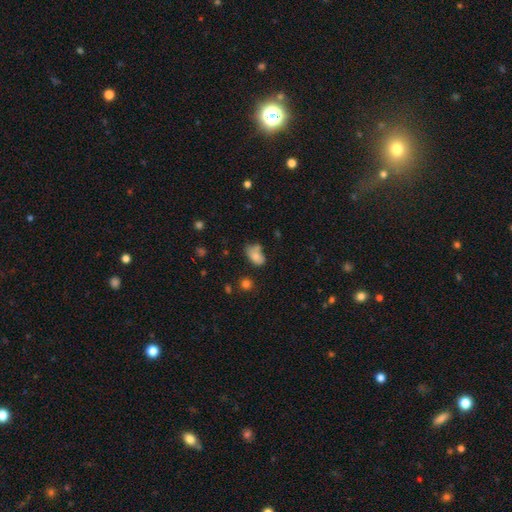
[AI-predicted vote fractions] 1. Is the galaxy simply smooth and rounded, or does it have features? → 77% smooth, 12% featured or disk, 11% star or artifact.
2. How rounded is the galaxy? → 87% in between, 11% round, 2% cigar-shaped.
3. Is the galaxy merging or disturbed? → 43% none, 28% minor disturbance, 18% merger, 11% major disturbance.